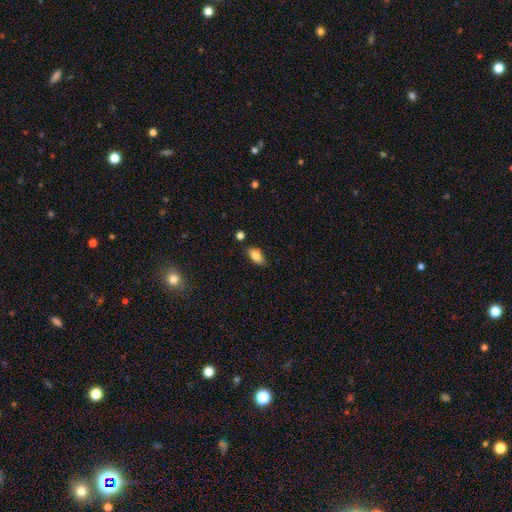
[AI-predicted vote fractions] smooth-or-featured: smooth: 84% | star or artifact: 8% | featured or disk: 8%
  how-rounded: in between: 89% | cigar-shaped: 7% | round: 4%
  merging: none: 80% | minor disturbance: 13% | merger: 4% | major disturbance: 3%